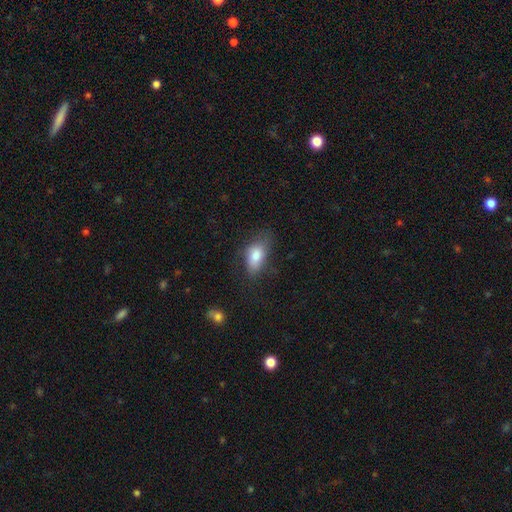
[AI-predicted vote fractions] Smooth or featured? smooth (79%)
How rounded? in between (88%)
Merging? none (55%)